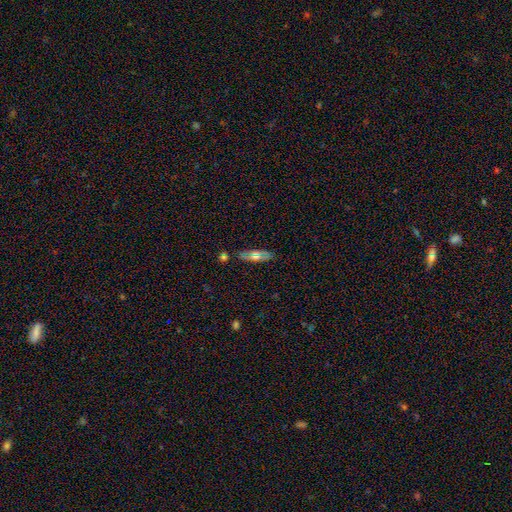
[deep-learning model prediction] This appears to be a smooth galaxy with no disk features (61%) that is in between round and cigar-shaped (55%). Merging: none (85%).